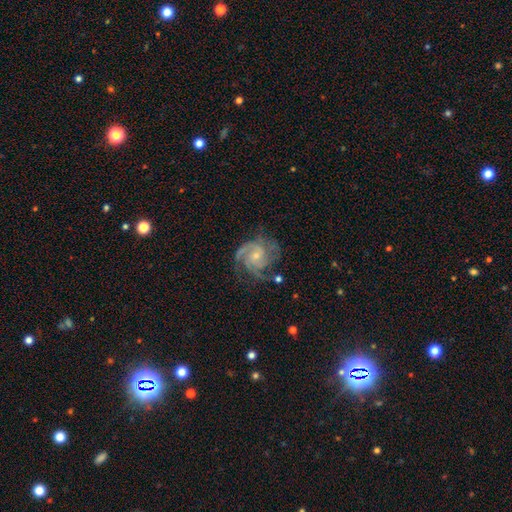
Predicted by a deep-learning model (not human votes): A featured or disk galaxy (90%) with no bar (69%), 3 (56%) tight (48%) spiral arms (98%) and a small central bulge (68%).

Vote fractions:
- Smooth or featured? featured or disk: 90% / smooth: 5% / star or artifact: 5%
- Edge-on disk? no: 98% / yes: 2%
- Bar? no: 69% / weak: 26% / strong: 5%
- Spiral arms? yes: 98% / no: 2%
- Spiral winding? tight: 48% / medium: 45% / loose: 7%
- Spiral arm count? 3: 56% / 2: 16% / 4: 11% / can't tell: 8% / 1: 5% / more than 4: 4%
- Bulge size? small: 68% / moderate: 27% / none: 2% / large: 1% / dominant: 1%
- Merging? none: 68% / minor disturbance: 20% / major disturbance: 11% / merger: 2%